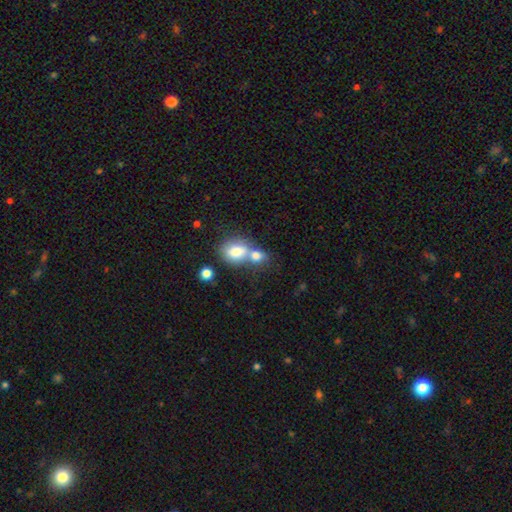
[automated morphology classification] Smooth or featured? Predicted: smooth (p=0.77). How rounded? Predicted: round (p=0.49, tied with in between). Merging? Predicted: merger (p=0.62).